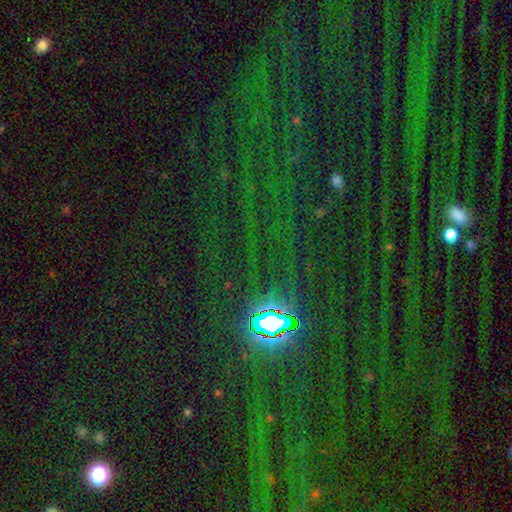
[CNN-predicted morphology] The model was most divided on "smooth or featured": star or artifact: 84%, smooth: 9%, featured or disk: 7%.